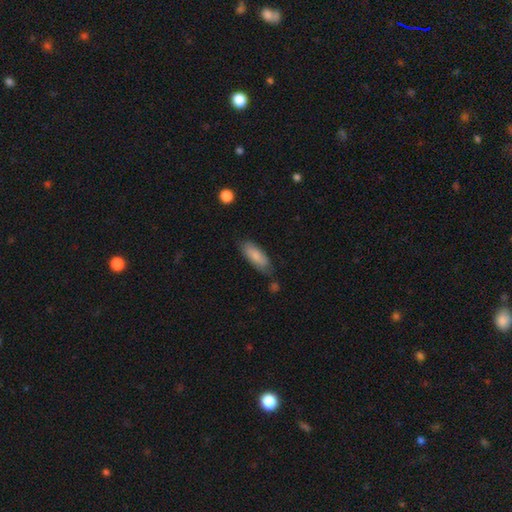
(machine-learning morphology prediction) smooth_or_featured: smooth (p=0.80) [alt: featured or disk p=0.14]
how_rounded: in between (p=0.73) [alt: cigar-shaped p=0.25]
merging: none (p=0.68) [alt: minor disturbance p=0.23]